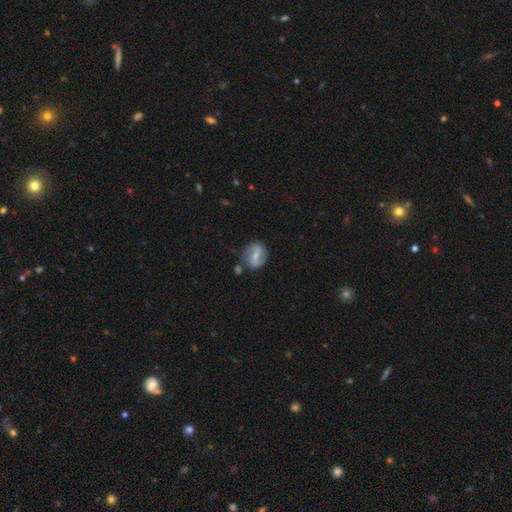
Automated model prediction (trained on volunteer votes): Morphology: type=featured or disk (58%); edge-on=no (96%); bar=weak (42%); spiral arms=yes (74%); bulge=small (47%); merging=none (65%).